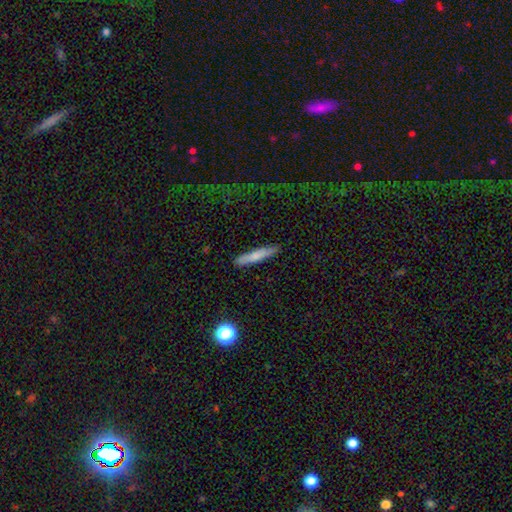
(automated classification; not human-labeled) Overall: smooth (68%). How rounded: cigar-shaped (91%). Merging: none (88%).